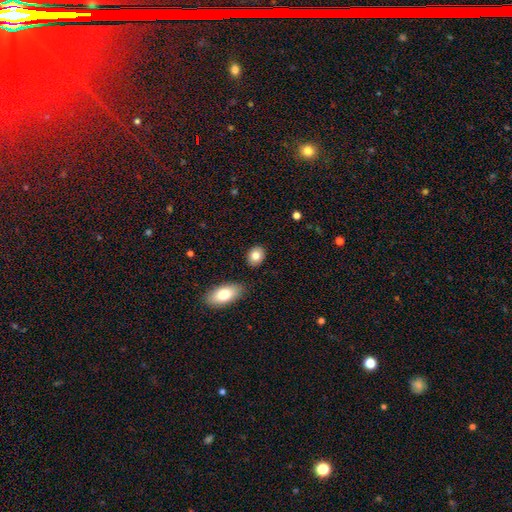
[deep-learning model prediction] Overall: smooth (81%). How rounded: in between (65%; round 33%). Merging: none (85%).